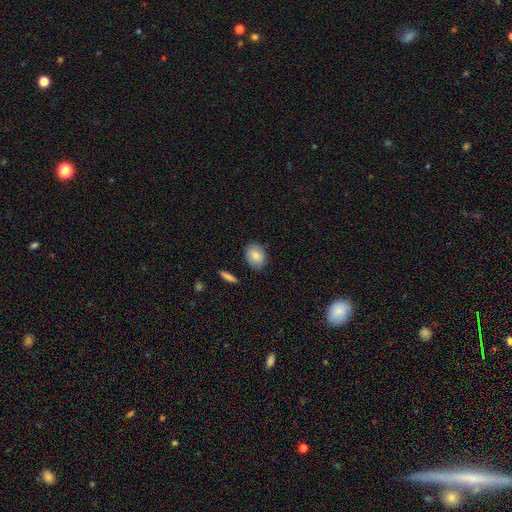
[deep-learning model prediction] A smooth galaxy with no disk features (78%) that is in between round and cigar-shaped (60%).

Vote fractions:
- Smooth or featured? smooth: 78% / featured or disk: 15% / star or artifact: 7%
- How rounded? in between: 60% / round: 38% / cigar-shaped: 2%
- Merging? none: 84% / minor disturbance: 11% / major disturbance: 2% / merger: 2%